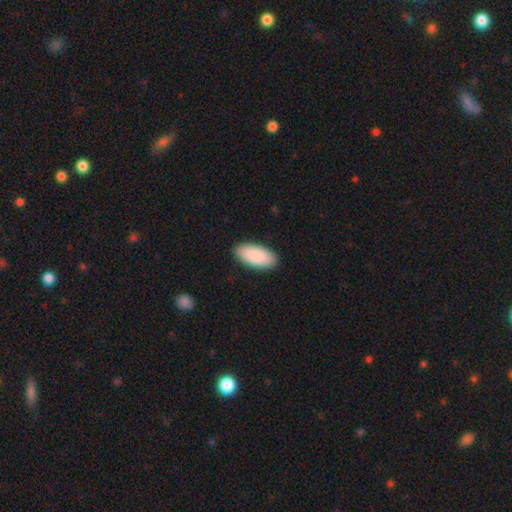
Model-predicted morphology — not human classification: Q: Smooth or featured?
A: smooth (90%); runner-up: star or artifact (5%)
Q: How rounded?
A: in between (93%); runner-up: cigar-shaped (5%)
Q: Merging?
A: none (89%); runner-up: minor disturbance (8%)